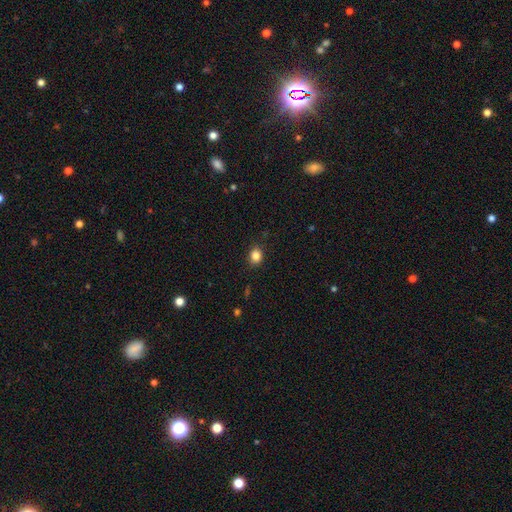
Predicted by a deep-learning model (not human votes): Overall: smooth (84%). How rounded: round (53%; in between 46%). Merging: none (87%).